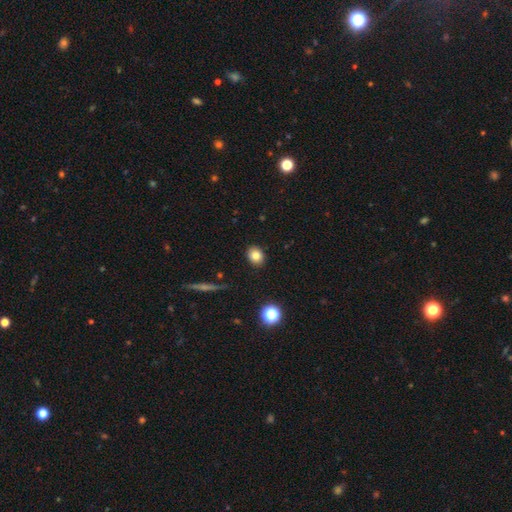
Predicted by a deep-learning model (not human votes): Smooth or featured?
  - smooth: 81% *
  - star or artifact: 11%
  - featured or disk: 8%
How rounded?
  - round: 57% *
  - in between: 42%
  - cigar-shaped: 1%
Merging?
  - none: 89% *
  - minor disturbance: 7%
  - major disturbance: 2%
  - merger: 1%